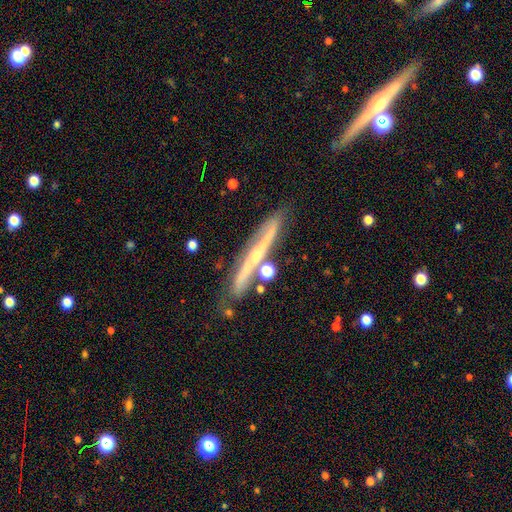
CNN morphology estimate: This appears to be a featured or disk galaxy (75%) viewed edge-on (84%) with a rounded central bulge (63%). Merging: none (71%).